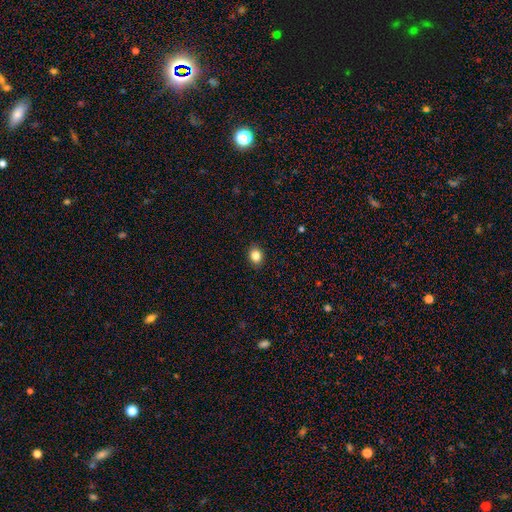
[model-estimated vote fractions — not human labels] Smooth or featured? Predicted: smooth (p=0.85). How rounded? Predicted: round (p=0.52). Merging? Predicted: none (p=0.90).